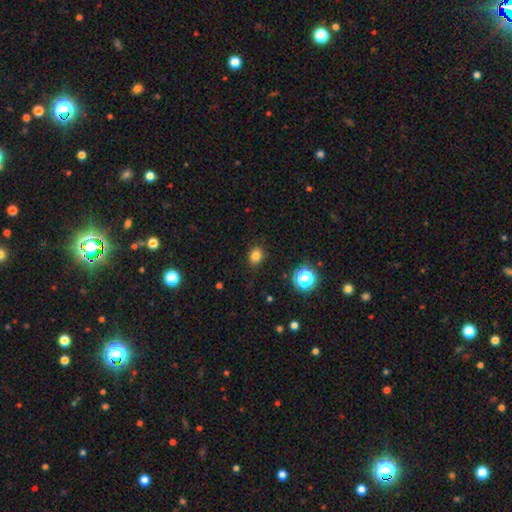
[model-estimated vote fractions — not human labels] Smooth or featured: smooth — 81% (star or artifact — 14%)
How rounded: round — 53% (in between — 46%)
Merging: none — 88% (minor disturbance — 8%)